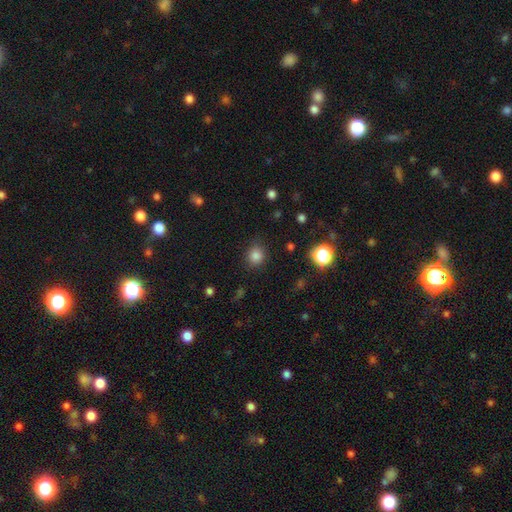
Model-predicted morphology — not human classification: smooth_or_featured: smooth (p=0.82) [alt: star or artifact p=0.14]
how_rounded: round (p=0.83) [alt: in between p=0.16]
merging: none (p=0.83) [alt: minor disturbance p=0.12]